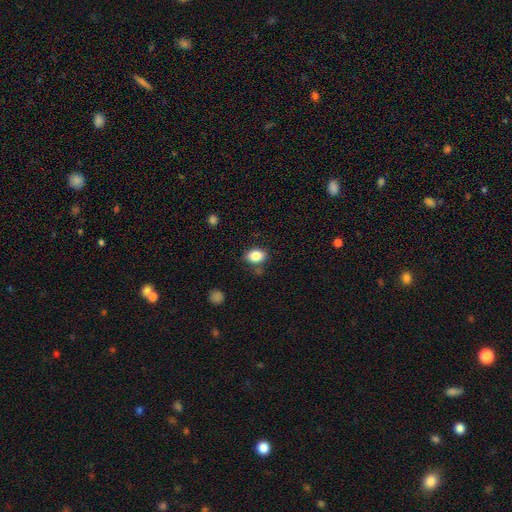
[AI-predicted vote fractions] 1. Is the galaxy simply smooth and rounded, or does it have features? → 84% smooth, 9% star or artifact, 8% featured or disk.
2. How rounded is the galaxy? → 76% in between, 23% round, 1% cigar-shaped.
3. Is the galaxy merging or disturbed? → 77% none, 15% minor disturbance, 5% merger, 3% major disturbance.